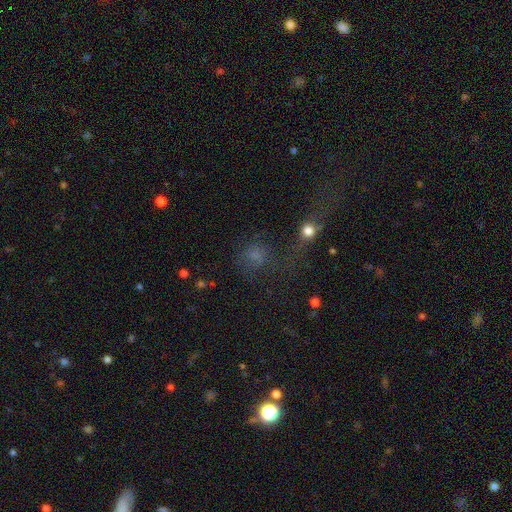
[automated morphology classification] smooth 56%, star or artifact 29%, featured or disk 15%. Down the decision tree: how rounded — round (69%); merging — none (47%).